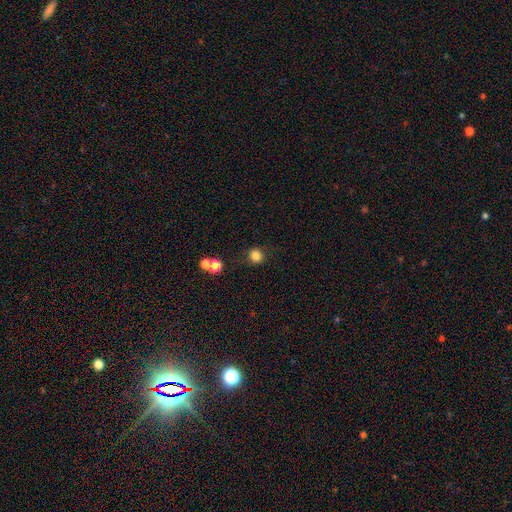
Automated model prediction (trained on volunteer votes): Q: Smooth or featured?
A: smooth (83%); runner-up: star or artifact (13%)
Q: How rounded?
A: round (87%); runner-up: in between (12%)
Q: Merging?
A: none (81%); runner-up: minor disturbance (11%)